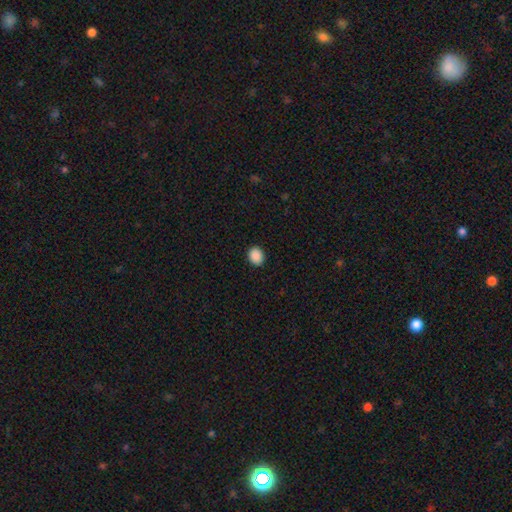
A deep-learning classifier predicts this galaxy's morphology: type=smooth (89%); roundness=round (56%); merging=none (90%).